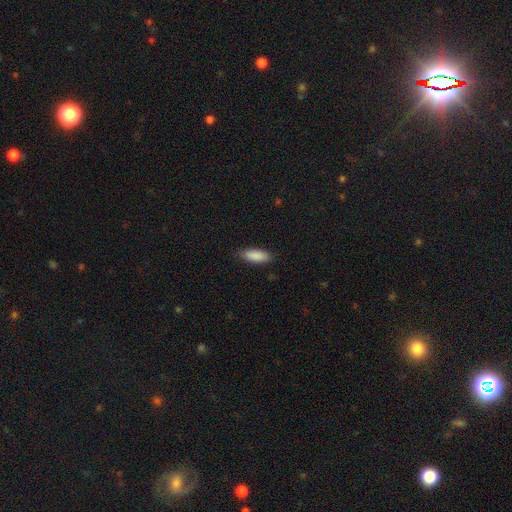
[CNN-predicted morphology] smooth_or_featured: smooth (p=0.89) [alt: star or artifact p=0.06]
how_rounded: in between (p=0.68) [alt: cigar-shaped p=0.31]
merging: none (p=0.85) [alt: minor disturbance p=0.12]